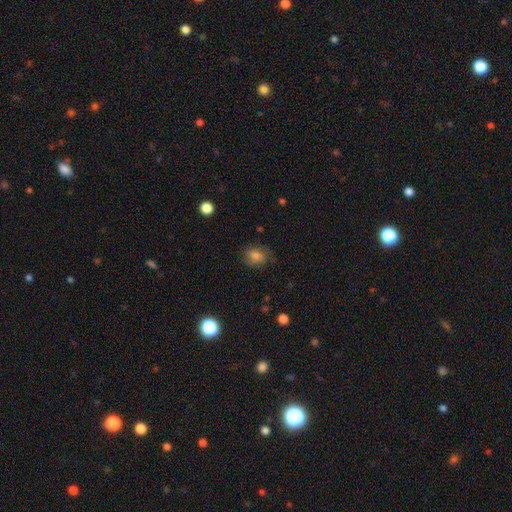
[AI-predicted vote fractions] This is likely a smooth galaxy (74%). How rounded: possibly in between (50%). Merging: likely none (77%).